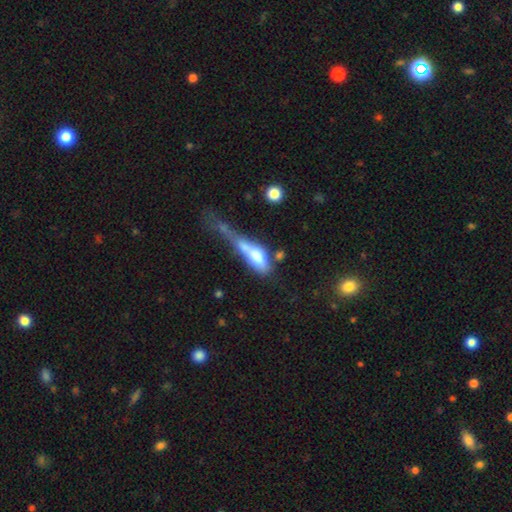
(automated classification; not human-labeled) Overall: smooth (63%; featured or disk 29%). How rounded: in between (59%; cigar-shaped 37%). Merging: major disturbance (40%; merger 28%).